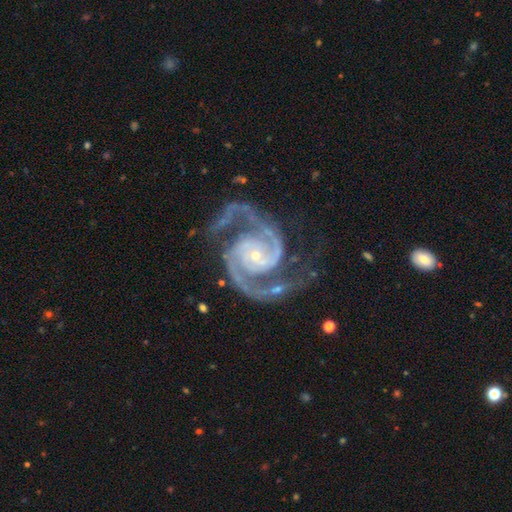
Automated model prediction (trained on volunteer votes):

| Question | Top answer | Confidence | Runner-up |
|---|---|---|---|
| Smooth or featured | featured or disk | 94% | star or artifact (4%) |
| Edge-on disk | no | 98% | yes (2%) |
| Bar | no | 67% | weak (22%) |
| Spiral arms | yes | 99% | no (1%) |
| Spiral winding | medium | 59% | tight (31%) |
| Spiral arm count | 2 | 91% | 3 (3%) |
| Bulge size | small | 78% | moderate (18%) |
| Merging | none | 70% | minor disturbance (16%) |